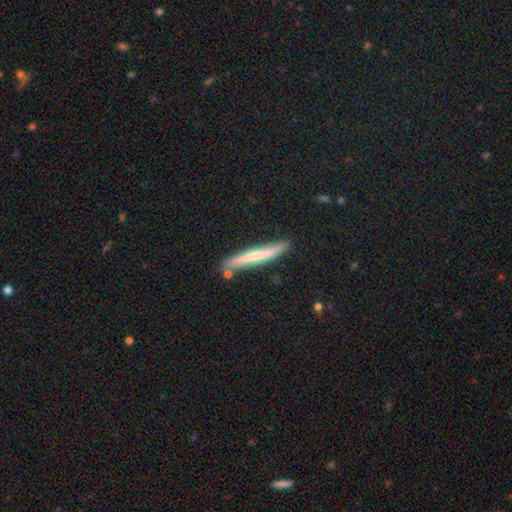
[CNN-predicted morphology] smooth_or_featured: smooth (p=0.58) [alt: featured or disk p=0.35]
how_rounded: cigar-shaped (p=0.95) [alt: in between p=0.03]
merging: none (p=0.80) [alt: minor disturbance p=0.13]